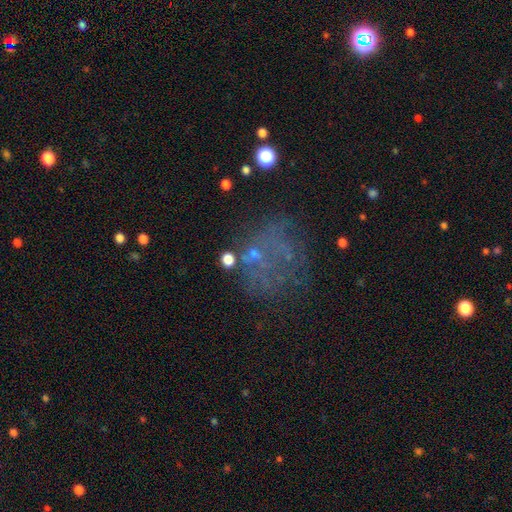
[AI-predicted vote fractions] Smooth or featured: featured or disk — 44% (smooth — 29%)
Merging: none — 47% (major disturbance — 27%)